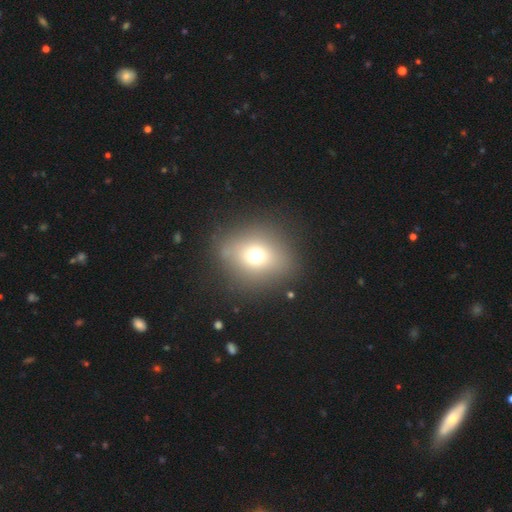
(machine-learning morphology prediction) This is likely a smooth galaxy (65%). How rounded: likely round (69%). Merging: clearly none (82%).